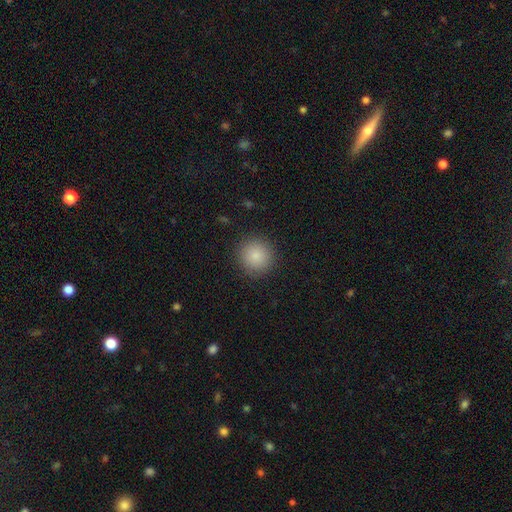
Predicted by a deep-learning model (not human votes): This appears to be a smooth galaxy with no disk features (86%) that is round (93%). Merging: none (90%).